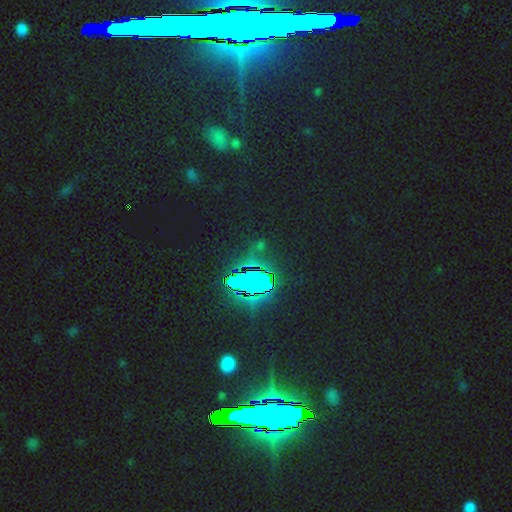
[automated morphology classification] star or artifact 84%, smooth 10%, featured or disk 7%.